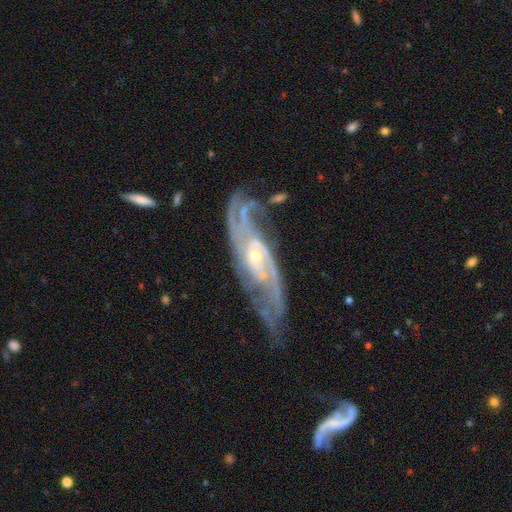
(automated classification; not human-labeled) This is clearly a featured or disk galaxy (89%). It is clearly not viewed edge-on (88%). Bar: possibly no (55%). Spiral arm pattern: clearly yes (97%). Spiral arm count: marginally 2 (34%). Spiral winding: marginally tight (44%). Central bulge: likely small (69%). Merging: possibly none (60%).